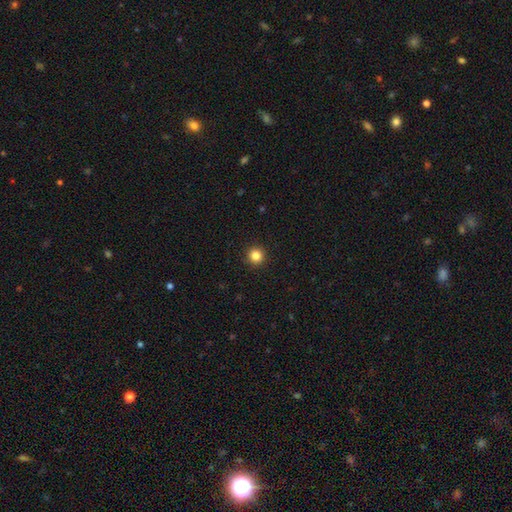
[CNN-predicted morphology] A smooth galaxy with no disk features (85%) that is round (96%). Merging: none (93%).